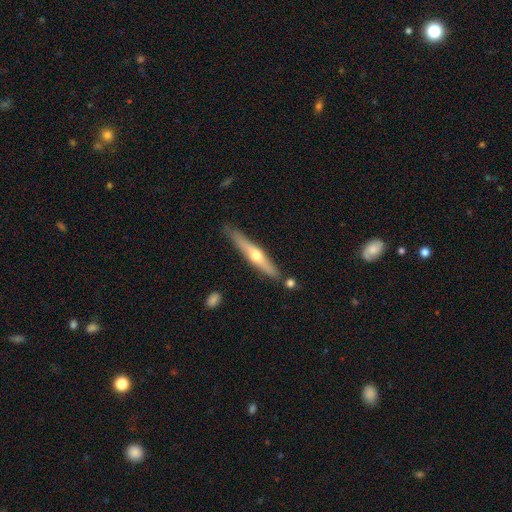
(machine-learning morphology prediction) smooth-or-featured: featured or disk: 58% | smooth: 37% | star or artifact: 5%
  disk-edge-on: yes: 94% | no: 6%
    edge-on-bulge: rounded: 89% | none: 9% | boxy: 3%
  merging: none: 79% | minor disturbance: 13% | merger: 5% | major disturbance: 2%